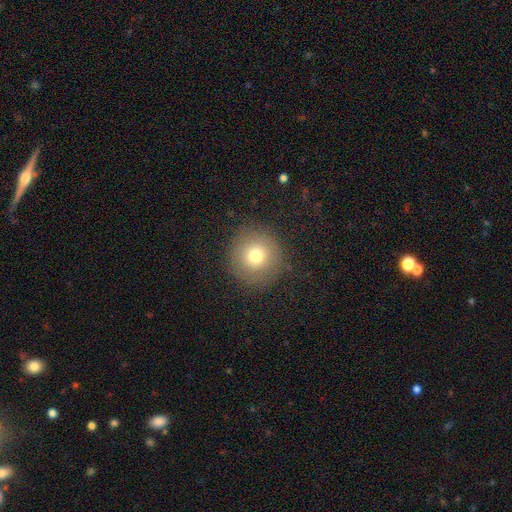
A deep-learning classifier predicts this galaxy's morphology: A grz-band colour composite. It shows a smooth galaxy with no disk features (72%) that is round (94%). Merging: none (85%).